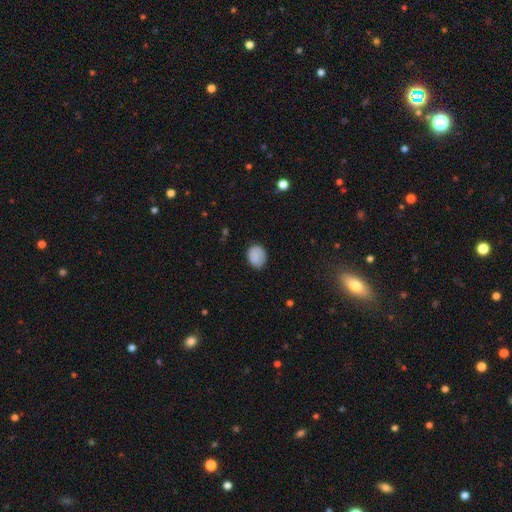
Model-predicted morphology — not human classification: Smooth or featured?
  - smooth: 85% *
  - star or artifact: 8%
  - featured or disk: 6%
How rounded?
  - in between: 55% *
  - round: 44%
  - cigar-shaped: 1%
Merging?
  - none: 77% *
  - minor disturbance: 18%
  - major disturbance: 4%
  - merger: 1%